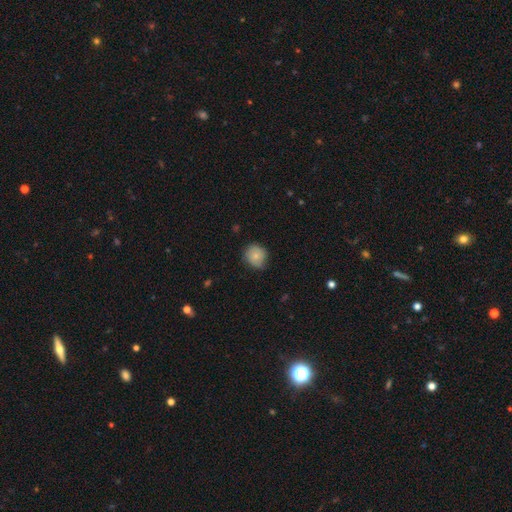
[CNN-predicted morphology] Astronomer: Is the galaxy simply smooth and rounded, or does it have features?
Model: smooth — 74%.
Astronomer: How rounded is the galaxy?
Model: round — 80%.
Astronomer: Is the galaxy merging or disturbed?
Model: none — 68%.